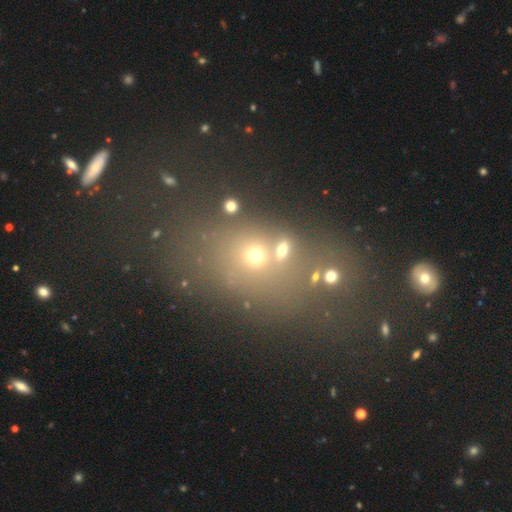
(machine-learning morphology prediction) smooth 52%, star or artifact 32%, featured or disk 15%. Down the decision tree: how rounded — in between (52%); merging — none (53%).